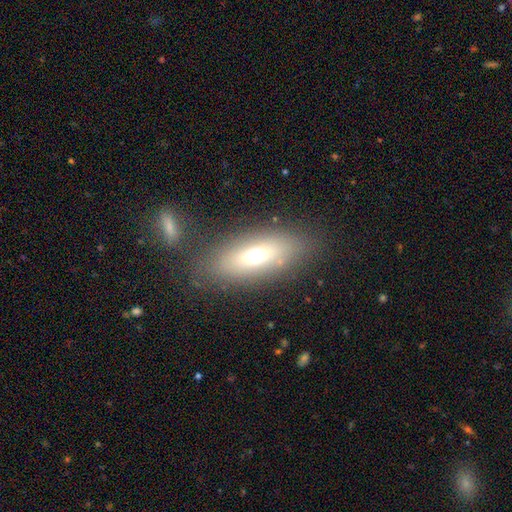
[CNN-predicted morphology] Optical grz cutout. It shows a smooth galaxy with no disk features (64%) that is in between round and cigar-shaped (74%). Merging: none (75%).